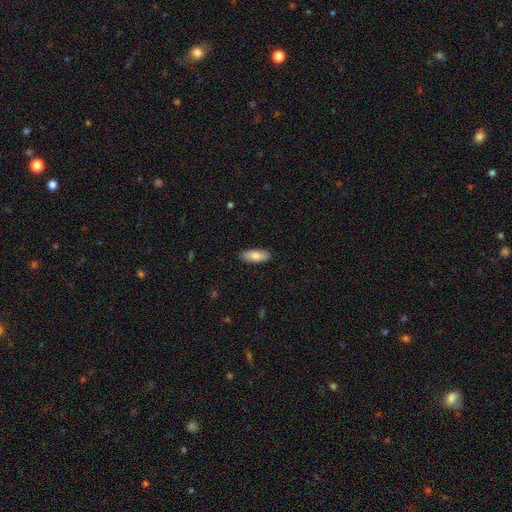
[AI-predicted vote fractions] Overall: smooth (82%). How rounded: in between (76%). Merging: none (89%).